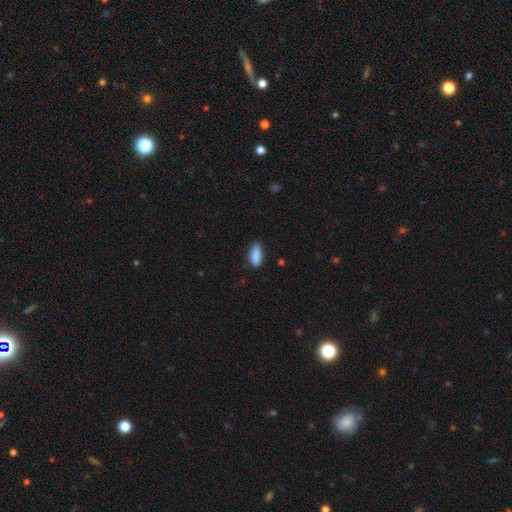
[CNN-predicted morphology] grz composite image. It shows a smooth galaxy with no disk features (89%) that is in between round and cigar-shaped (83%). Merging: none (76%).